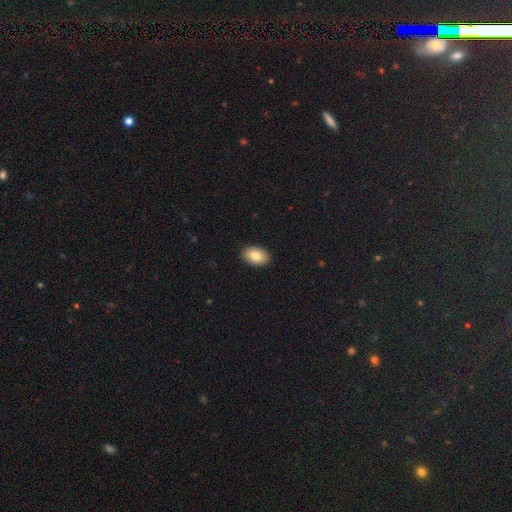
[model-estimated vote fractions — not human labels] Morphology: type=smooth (82%); roundness=in between (91%); merging=none (91%).